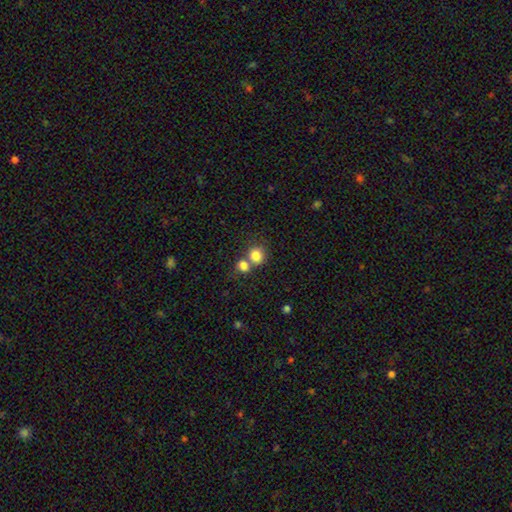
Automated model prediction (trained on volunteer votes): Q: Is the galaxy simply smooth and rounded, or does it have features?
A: smooth — 82%.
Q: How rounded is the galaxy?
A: round — 80%.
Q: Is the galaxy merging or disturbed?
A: none — 45%.